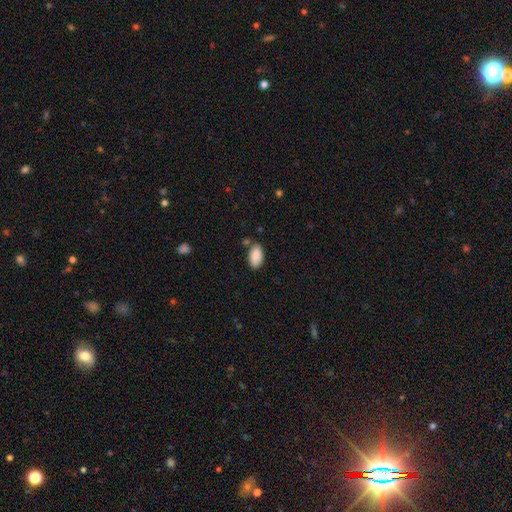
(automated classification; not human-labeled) This is clearly a smooth galaxy (90%). How rounded: clearly in between (95%). Merging: likely none (75%).